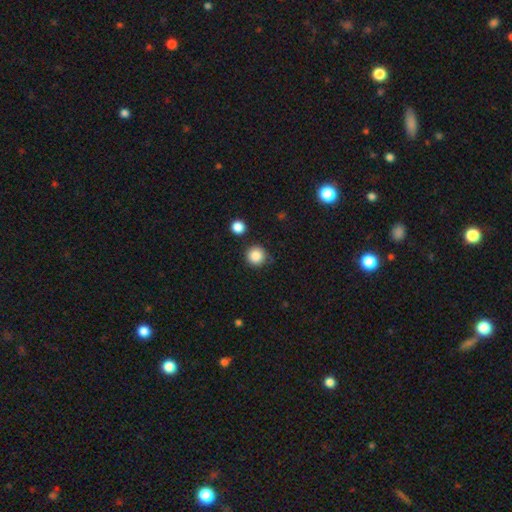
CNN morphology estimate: smooth 87%, star or artifact 10%, featured or disk 4%. Down the decision tree: how rounded — round (95%); merging — none (84%).